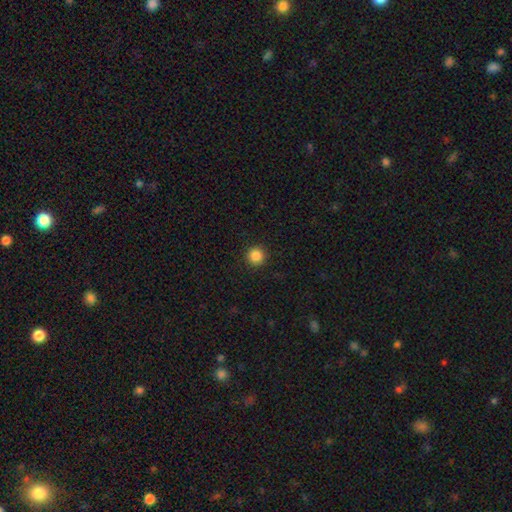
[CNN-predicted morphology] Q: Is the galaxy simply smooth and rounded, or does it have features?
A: smooth — 86%.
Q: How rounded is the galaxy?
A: round — 96%.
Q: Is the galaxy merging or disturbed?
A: none — 93%.